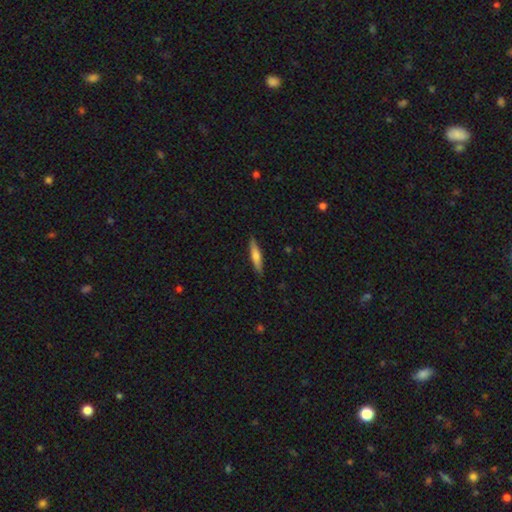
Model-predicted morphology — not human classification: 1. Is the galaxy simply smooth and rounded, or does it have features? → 58% smooth, 36% featured or disk, 6% star or artifact.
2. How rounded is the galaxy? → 86% cigar-shaped, 13% in between, 2% round.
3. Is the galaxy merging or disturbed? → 88% none, 9% minor disturbance, 2% major disturbance, 1% merger.